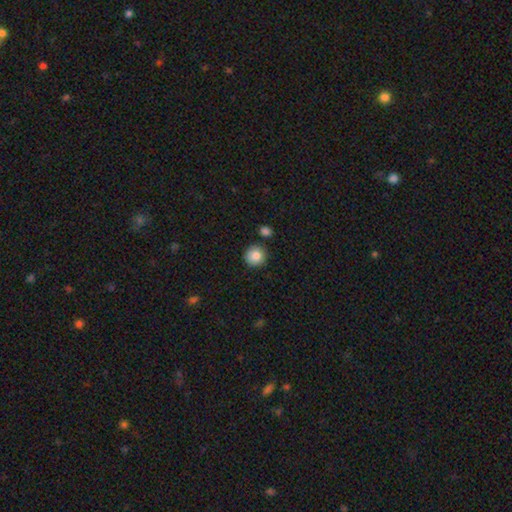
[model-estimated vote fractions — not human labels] A smooth galaxy with no disk features (85%) that is round (92%). Merging: none (84%).